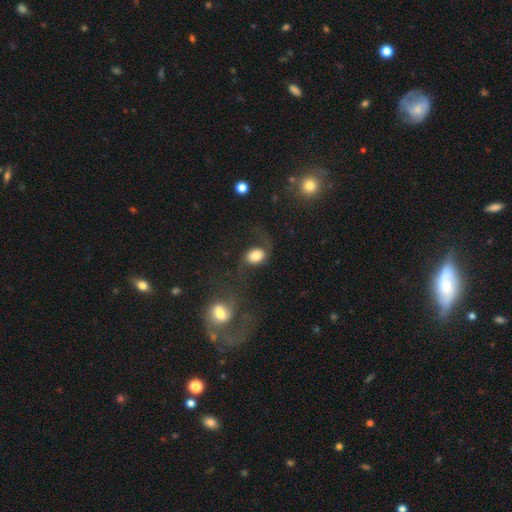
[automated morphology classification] Smooth or featured? smooth (61%)
How rounded? in between (58%)
Merging? none (49%)